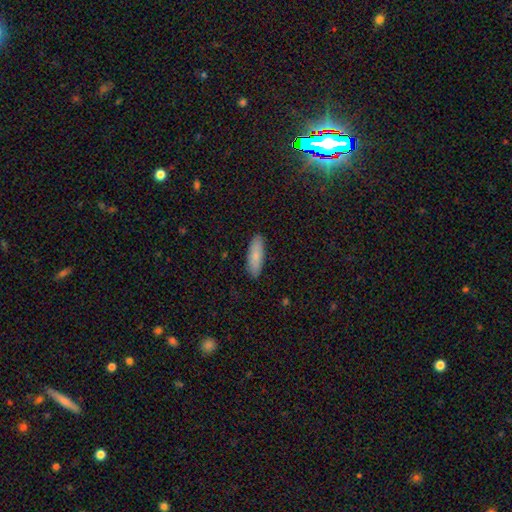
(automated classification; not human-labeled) A smooth galaxy with no disk features (83%) that is in between round and cigar-shaped (55%). Merging: none (89%).